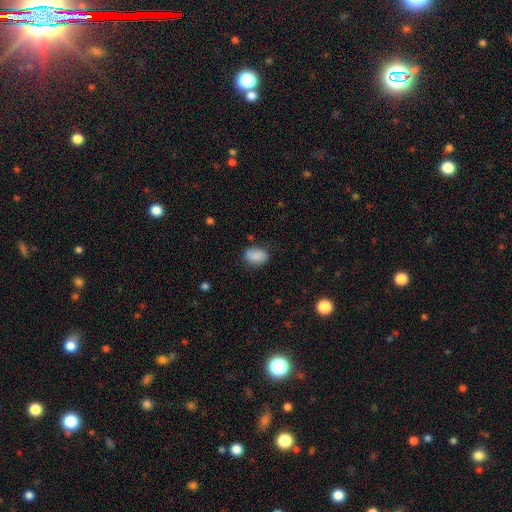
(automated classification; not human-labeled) A smooth galaxy with no disk features (85%) that is in between round and cigar-shaped (84%). Merging: none (72%).